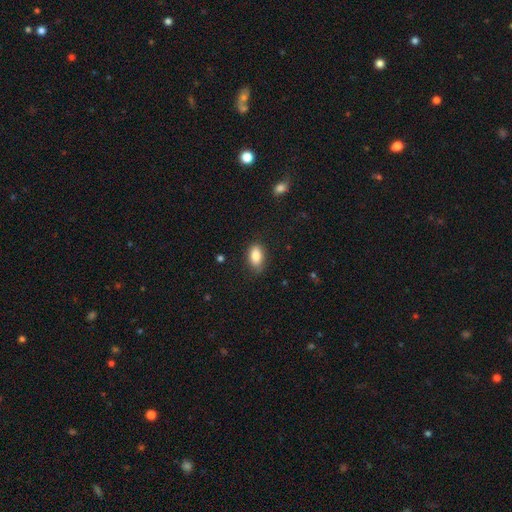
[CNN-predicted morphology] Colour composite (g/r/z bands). It shows a smooth galaxy with no disk features (85%) that is in between round and cigar-shaped (89%). Merging: none (79%).